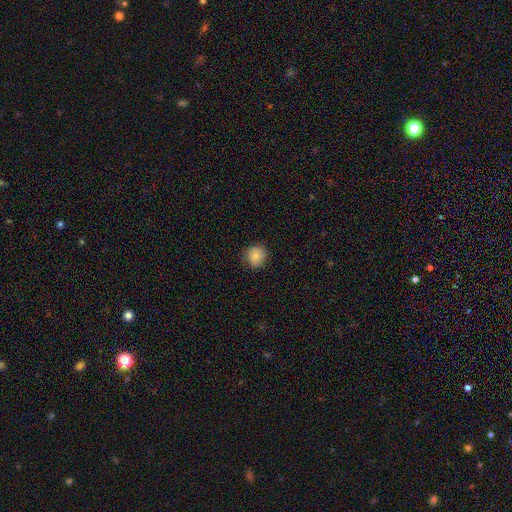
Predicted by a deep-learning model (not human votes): A smooth galaxy with no disk features (84%) that is round (89%). Merging: none (82%).